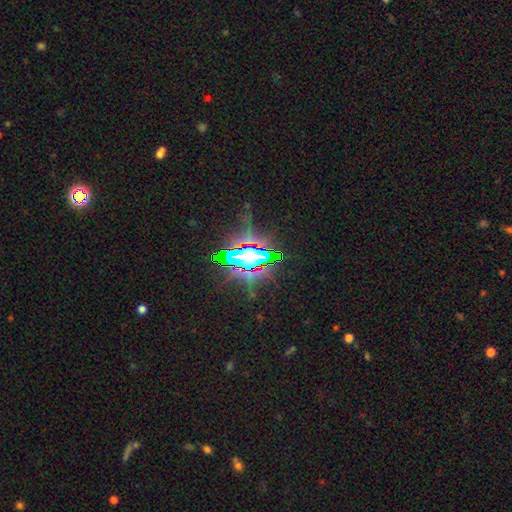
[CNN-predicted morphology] A star or artifact, not a galaxy (73%).

Vote fractions:
- Smooth or featured? star or artifact: 73% / smooth: 14% / featured or disk: 13%